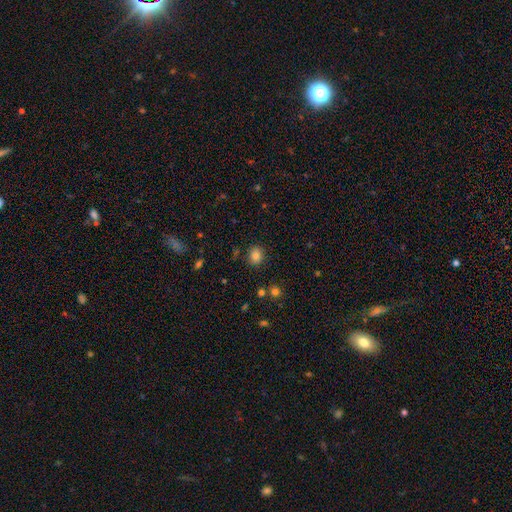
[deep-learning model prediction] smooth 82%, star or artifact 12%, featured or disk 6%. Down the decision tree: how rounded — round (70%); merging — none (86%).